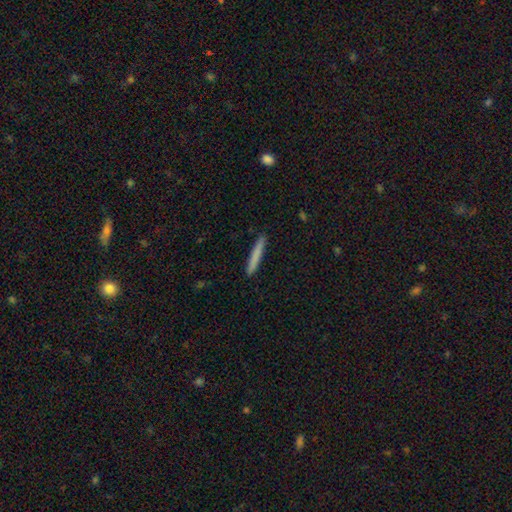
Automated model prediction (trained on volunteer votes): The model was most divided on "smooth or featured": smooth: 78%, featured or disk: 16%, star or artifact: 6%. More confident: how rounded — cigar-shaped (96%); merging — none (91%).